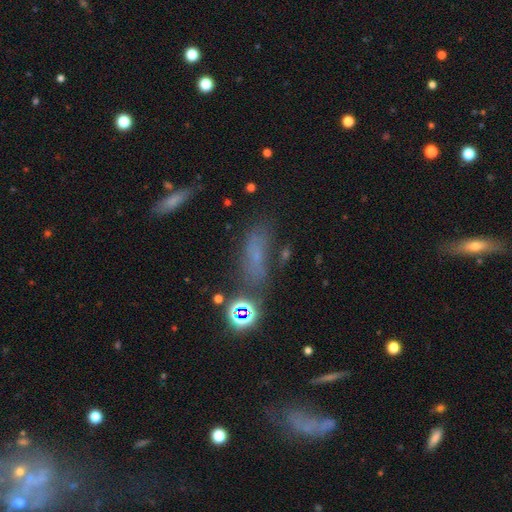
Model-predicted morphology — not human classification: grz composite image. It shows a smooth galaxy with no disk features (45%). Merging: none (57%).